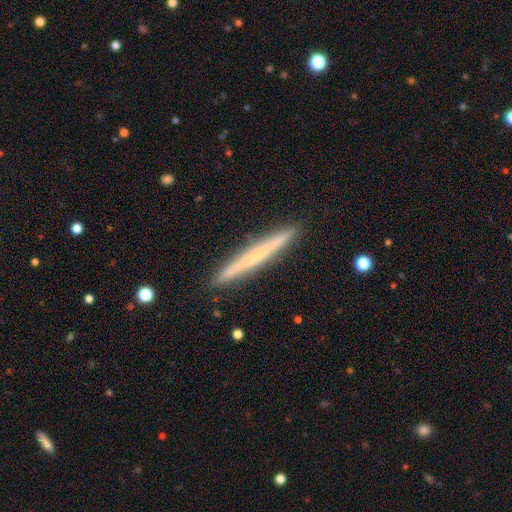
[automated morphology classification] A smooth galaxy with no disk features (49%).

Vote fractions:
- Smooth or featured? smooth: 49% / featured or disk: 45% / star or artifact: 6%
- Merging? none: 92% / minor disturbance: 6% / major disturbance: 1% / merger: 1%